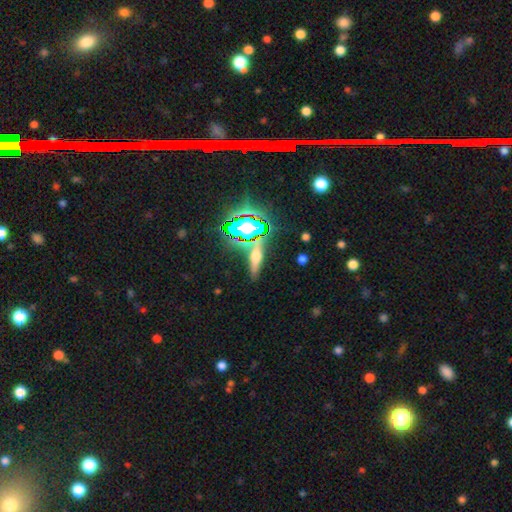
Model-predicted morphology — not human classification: Smooth or featured: smooth — 36% (featured or disk — 35%)
Merging: none — 74% (minor disturbance — 12%)